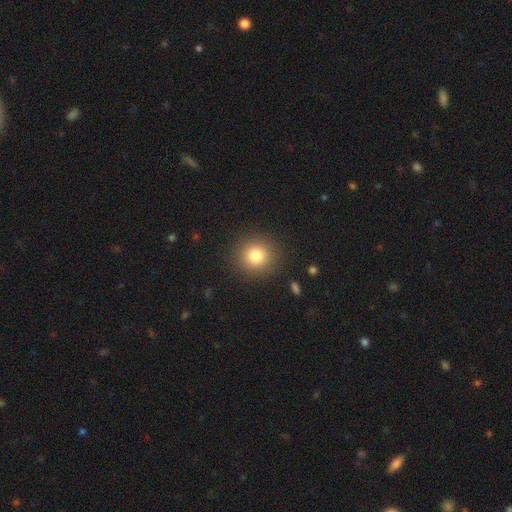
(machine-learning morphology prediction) The model was most divided on "smooth or featured": smooth: 81%, star or artifact: 12%, featured or disk: 8%. More confident: how rounded — round (92%); merging — none (90%).